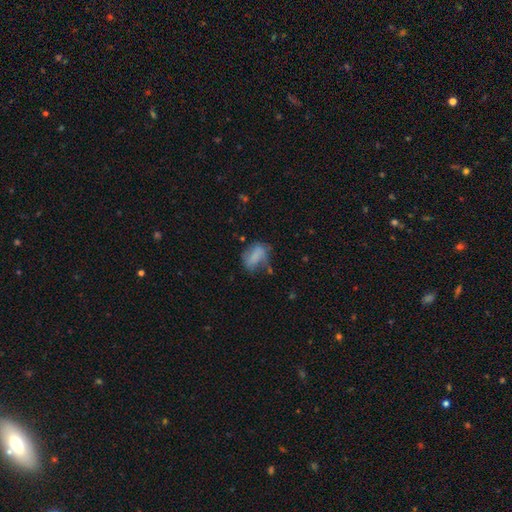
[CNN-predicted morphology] This appears to be a smooth galaxy with no disk features (65%) that is in between round and cigar-shaped (80%). Merging: none (41%).